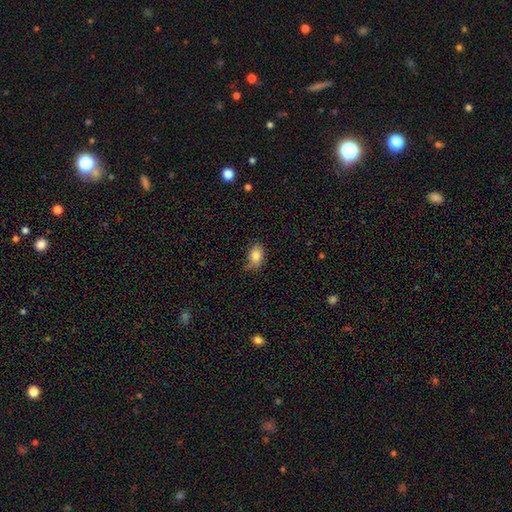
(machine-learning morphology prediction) smooth_or_featured: smooth (p=0.84) [alt: star or artifact p=0.09]
how_rounded: in between (p=0.83) [alt: round p=0.15]
merging: none (p=0.64) [alt: minor disturbance p=0.29]